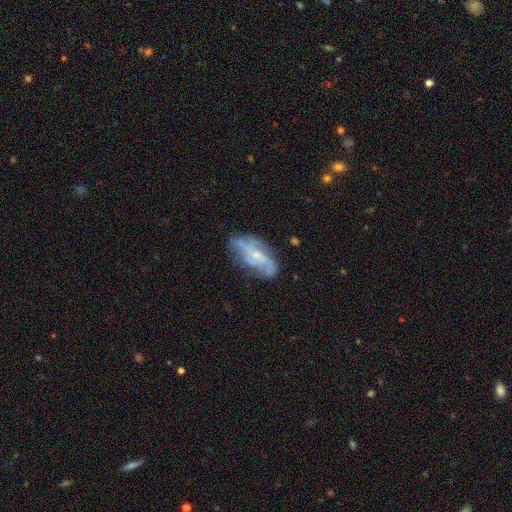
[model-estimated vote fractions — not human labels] Q: Smooth or featured?
A: featured or disk (76%); runner-up: smooth (17%)
Q: Edge-on disk?
A: no (94%); runner-up: yes (6%)
Q: Bar?
A: no (59%); runner-up: weak (33%)
Q: Spiral arms?
A: yes (88%); runner-up: no (12%)
Q: Spiral winding?
A: medium (42%); runner-up: loose (36%)
Q: Spiral arm count?
A: 2 (49%); runner-up: can't tell (22%)
Q: Bulge size?
A: small (65%); runner-up: moderate (27%)
Q: Merging?
A: none (60%); runner-up: minor disturbance (25%)